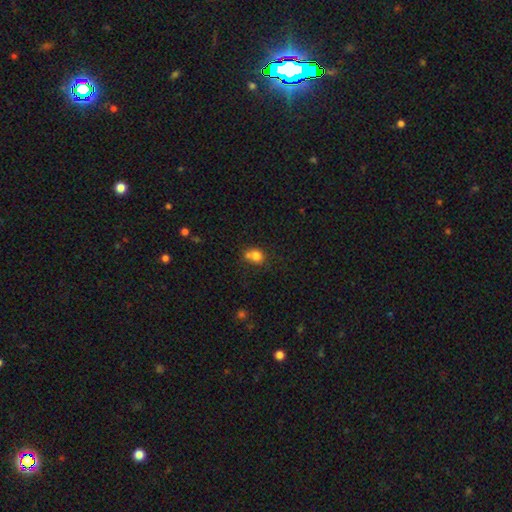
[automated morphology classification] smooth-or-featured: smooth: 79% | star or artifact: 11% | featured or disk: 10%
  how-rounded: round: 65% | in between: 34% | cigar-shaped: 1%
  merging: none: 45% | merger: 33% | minor disturbance: 17% | major disturbance: 6%